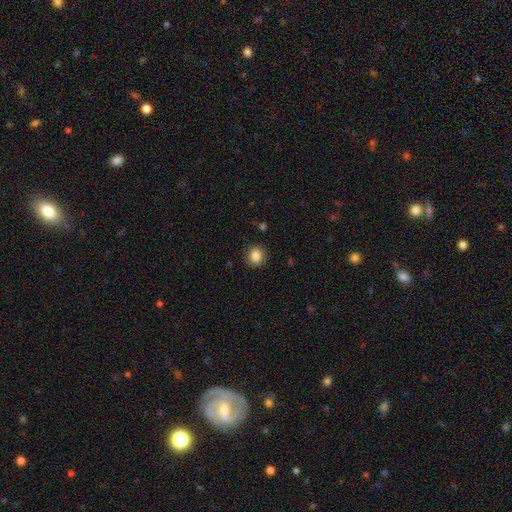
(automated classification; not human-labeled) A smooth galaxy with no disk features (86%) that is round (81%). Merging: none (89%).